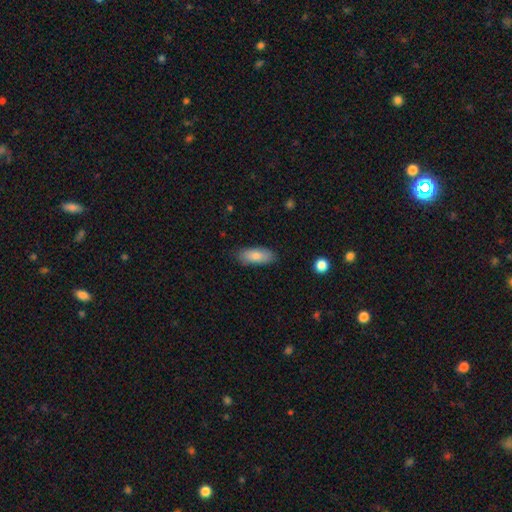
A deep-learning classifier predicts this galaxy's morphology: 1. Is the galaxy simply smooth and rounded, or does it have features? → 80% smooth, 14% featured or disk, 6% star or artifact.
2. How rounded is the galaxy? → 81% in between, 17% cigar-shaped, 2% round.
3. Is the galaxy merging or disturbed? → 83% none, 13% minor disturbance, 2% major disturbance, 1% merger.